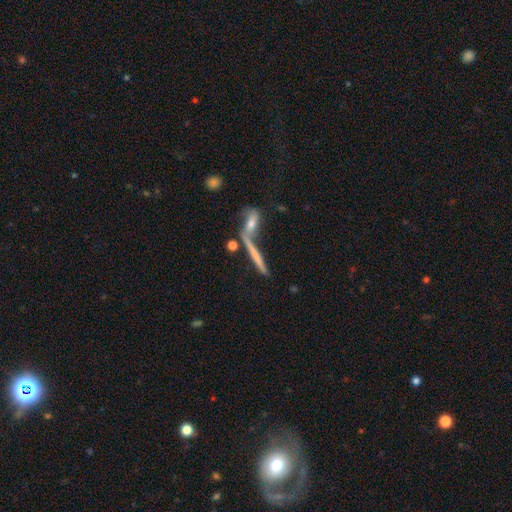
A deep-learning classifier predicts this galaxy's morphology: Smooth or featured?
  - smooth: 46% *
  - featured or disk: 44%
  - star or artifact: 10%
Merging?
  - none: 47% *
  - merger: 35%
  - minor disturbance: 12%
  - major disturbance: 7%